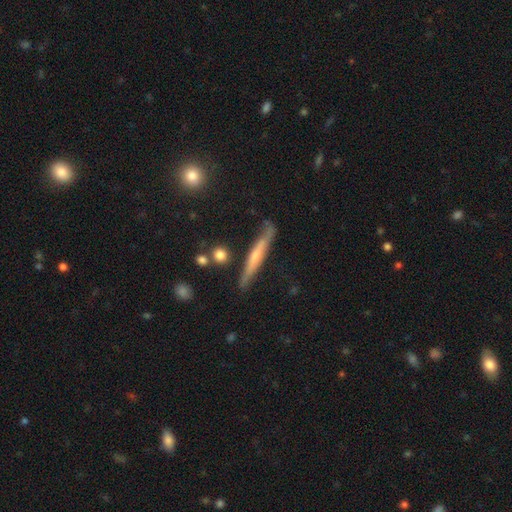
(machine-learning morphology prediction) Smooth or featured?
  - featured or disk: 59% *
  - smooth: 34%
  - star or artifact: 6%
Edge-on disk?
  - yes: 92% *
  - no: 8%
Edge-on bulge?
  - rounded: 48% *
  - none: 42%
  - boxy: 10%
Merging?
  - none: 76% *
  - minor disturbance: 17%
  - major disturbance: 4%
  - merger: 3%